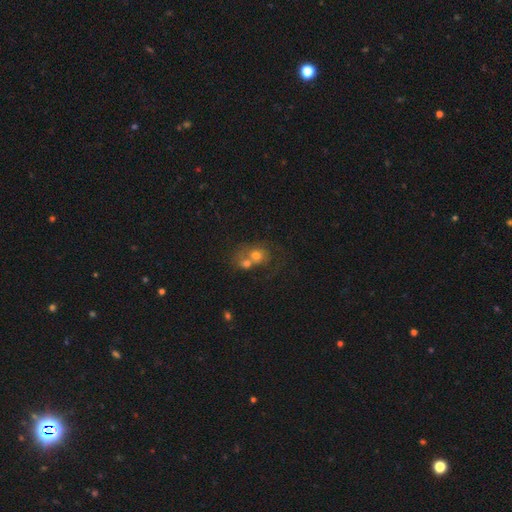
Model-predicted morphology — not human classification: type=smooth (54%); roundness=round (63%); merging=merger (66%).